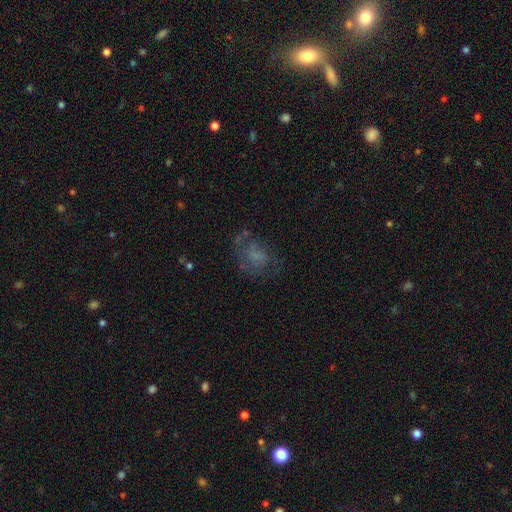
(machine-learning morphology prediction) The model was most divided on "smooth or featured": featured or disk: 47%, smooth: 37%, star or artifact: 16%. Remaining: merging — none (49%).